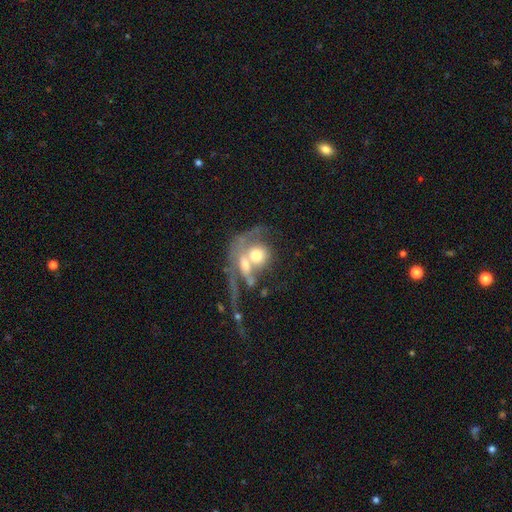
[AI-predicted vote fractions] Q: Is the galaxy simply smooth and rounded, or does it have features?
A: smooth — 47%.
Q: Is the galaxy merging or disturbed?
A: merger — 61%.